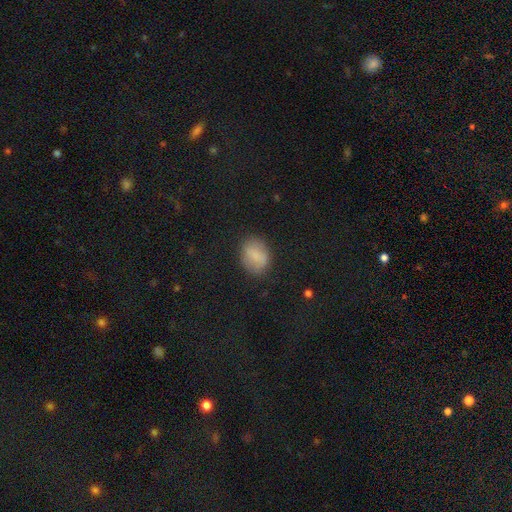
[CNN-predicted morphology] smooth-or-featured: smooth: 78% | featured or disk: 13% | star or artifact: 9%
  how-rounded: in between: 63% | round: 35% | cigar-shaped: 2%
  merging: none: 80% | minor disturbance: 14% | major disturbance: 5% | merger: 1%